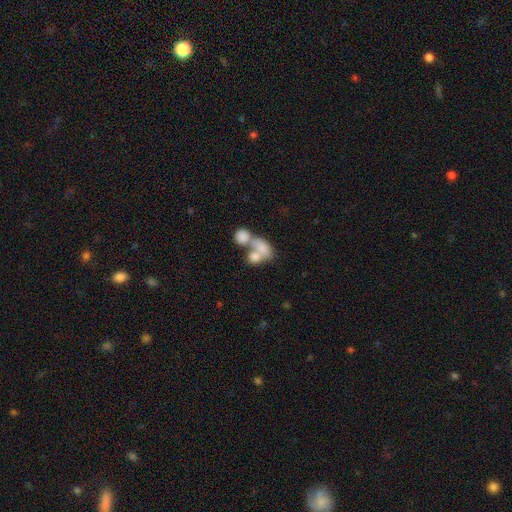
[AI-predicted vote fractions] This is likely a smooth galaxy (73%). How rounded: likely in between (70%). Merging: likely merger (64%).